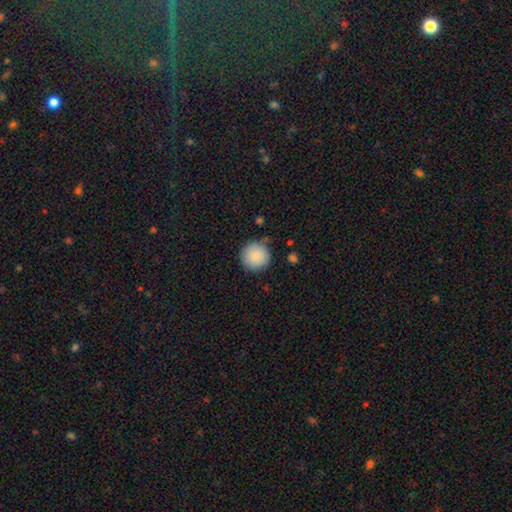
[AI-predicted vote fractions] A smooth galaxy with no disk features (88%) that is round (95%). Merging: none (84%).